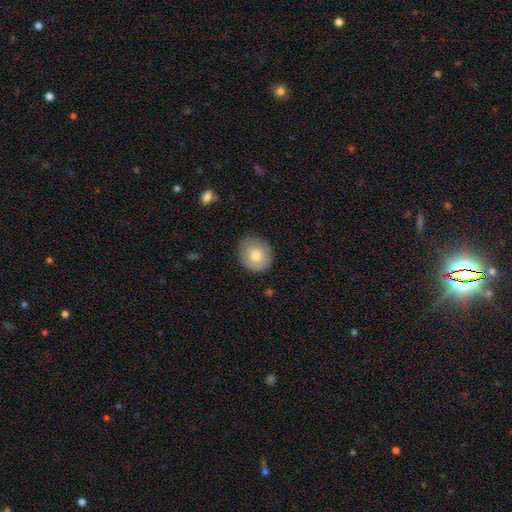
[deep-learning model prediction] This appears to be a smooth galaxy with no disk features (76%) that is round (78%). Merging: none (83%).